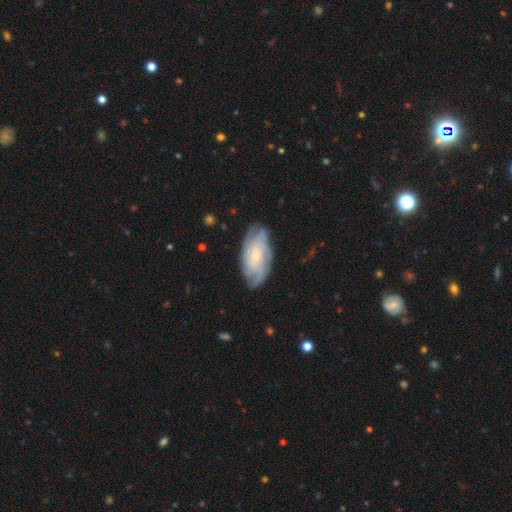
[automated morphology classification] Smooth or featured?
  - featured or disk: 70% *
  - smooth: 23%
  - star or artifact: 6%
Edge-on disk?
  - no: 94% *
  - yes: 6%
Bar?
  - no: 73% *
  - weak: 23%
  - strong: 4%
Spiral arms?
  - yes: 92% *
  - no: 8%
Spiral winding?
  - tight: 57% *
  - medium: 32%
  - loose: 10%
Spiral arm count?
  - can't tell: 42% *
  - 4: 18%
  - 3: 16%
  - 2: 12%
  - more than 4: 7%
  - 1: 5%
Bulge size?
  - small: 64% *
  - moderate: 26%
  - none: 5%
  - large: 3%
  - dominant: 1%
Merging?
  - none: 74% *
  - minor disturbance: 19%
  - major disturbance: 6%
  - merger: 1%